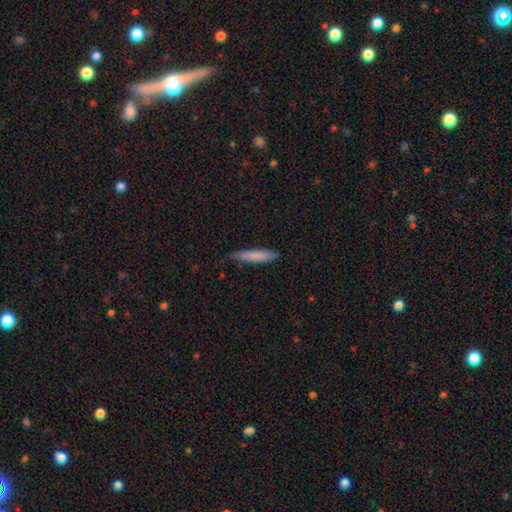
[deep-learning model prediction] Smooth or featured? smooth (79%)
How rounded? cigar-shaped (89%)
Merging? none (77%)